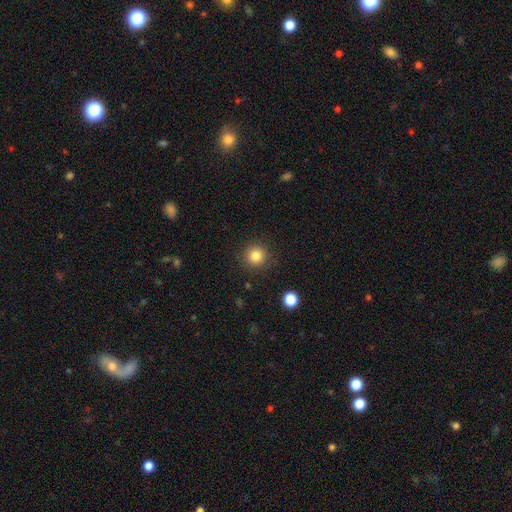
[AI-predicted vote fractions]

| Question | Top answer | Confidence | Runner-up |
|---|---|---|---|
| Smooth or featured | smooth | 83% | star or artifact (11%) |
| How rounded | round | 94% | in between (5%) |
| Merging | none | 89% | minor disturbance (7%) |